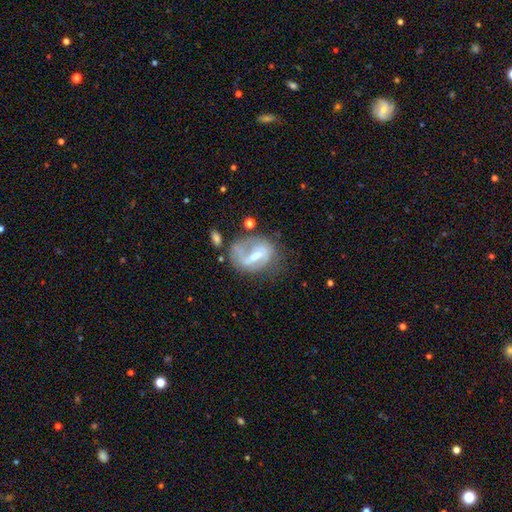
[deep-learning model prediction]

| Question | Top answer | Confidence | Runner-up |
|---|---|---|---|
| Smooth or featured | featured or disk | 73% | smooth (19%) |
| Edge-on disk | no | 95% | yes (5%) |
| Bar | weak | 42% | tied: strong (42%) |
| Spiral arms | yes | 71% | no (29%) |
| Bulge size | moderate | 51% | small (38%) |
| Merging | none | 46% | minor disturbance (24%) |